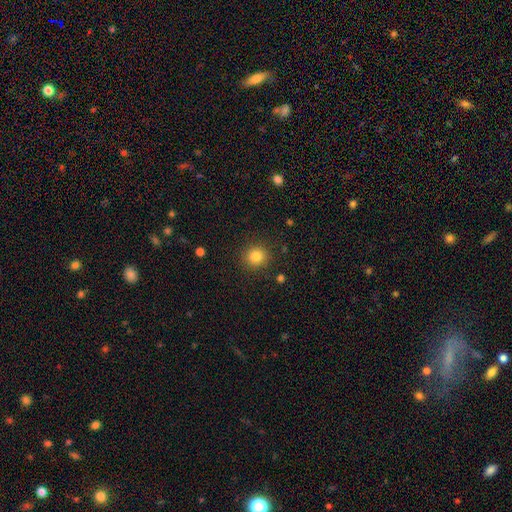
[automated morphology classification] smooth-or-featured: smooth: 83% | star or artifact: 12% | featured or disk: 6%
  how-rounded: round: 91% | in between: 9% | cigar-shaped: 1%
  merging: none: 90% | minor disturbance: 6% | major disturbance: 2% | merger: 1%